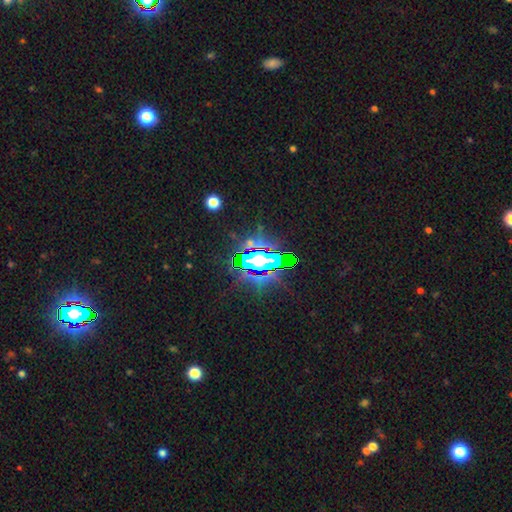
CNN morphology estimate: Smooth or featured?
  - star or artifact: 73% *
  - smooth: 13%
  - featured or disk: 13%